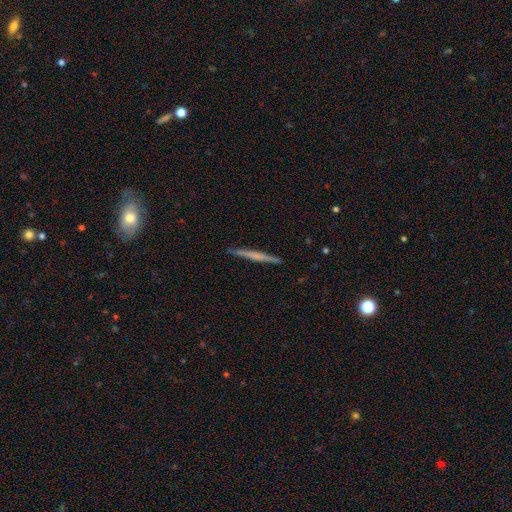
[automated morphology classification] featured or disk 50%, smooth 44%, star or artifact 6%. Down the decision tree: edge-on disk — yes (98%); merging — none (91%).